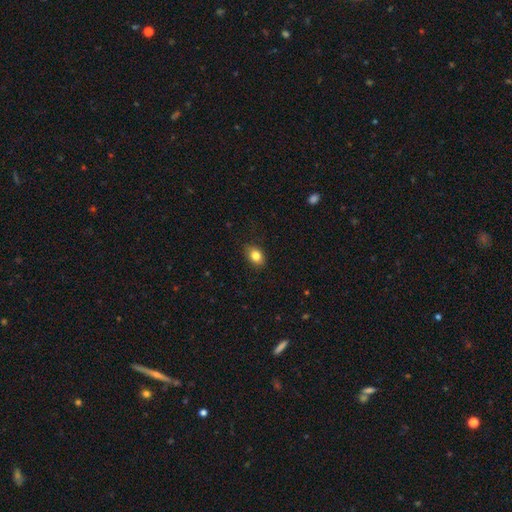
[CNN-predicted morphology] Smooth or featured? Predicted: smooth (p=0.83). How rounded? Predicted: in between (p=0.71). Merging? Predicted: none (p=0.83).